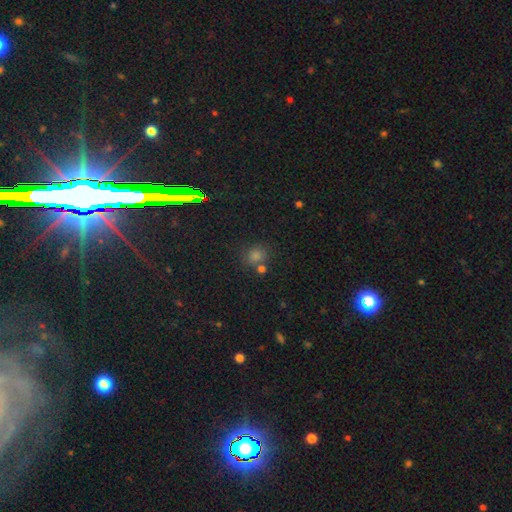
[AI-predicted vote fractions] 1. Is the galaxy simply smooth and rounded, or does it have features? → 57% smooth, 36% star or artifact, 7% featured or disk.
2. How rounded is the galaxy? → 77% round, 21% in between, 2% cigar-shaped.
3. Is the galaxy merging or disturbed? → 73% none, 12% merger, 10% minor disturbance, 4% major disturbance.